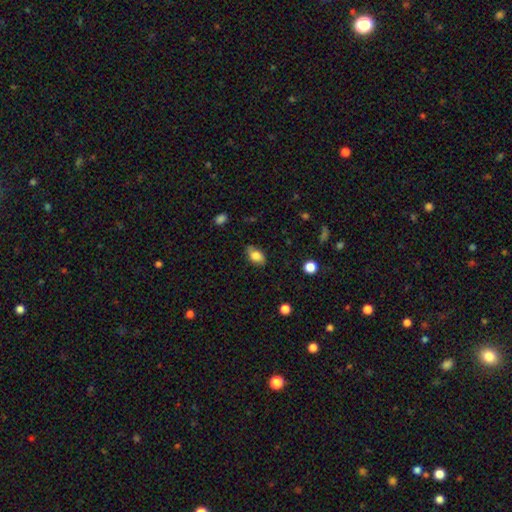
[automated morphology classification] smooth_or_featured: smooth (p=0.76) [alt: featured or disk p=0.15]
how_rounded: in between (p=0.88) [alt: round p=0.10]
merging: none (p=0.74) [alt: minor disturbance p=0.20]